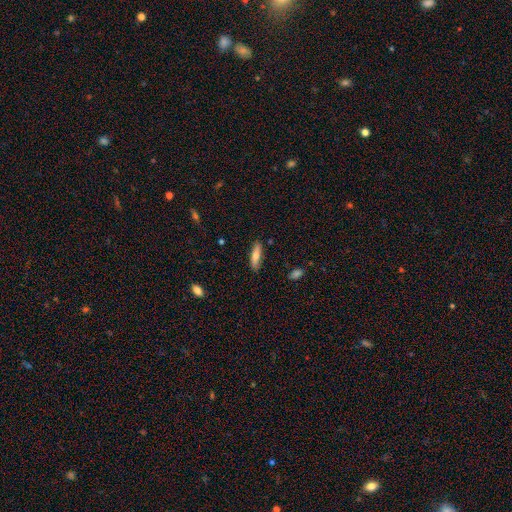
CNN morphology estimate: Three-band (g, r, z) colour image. It shows a smooth galaxy with no disk features (69%) that is cigar-shaped (62%). Merging: none (85%).